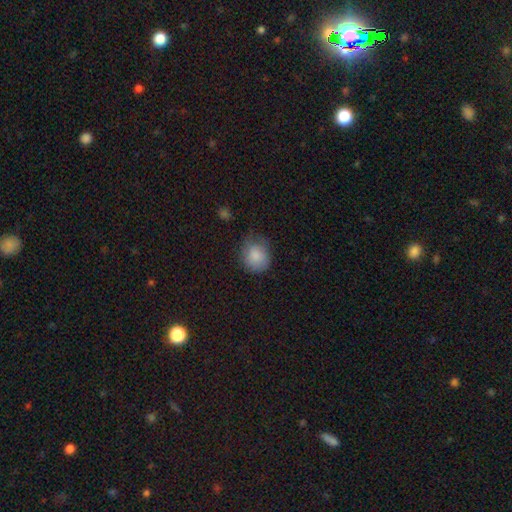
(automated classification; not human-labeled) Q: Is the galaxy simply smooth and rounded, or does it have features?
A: smooth — 84%.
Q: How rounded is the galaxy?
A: round — 72%.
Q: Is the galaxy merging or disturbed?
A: none — 60%.